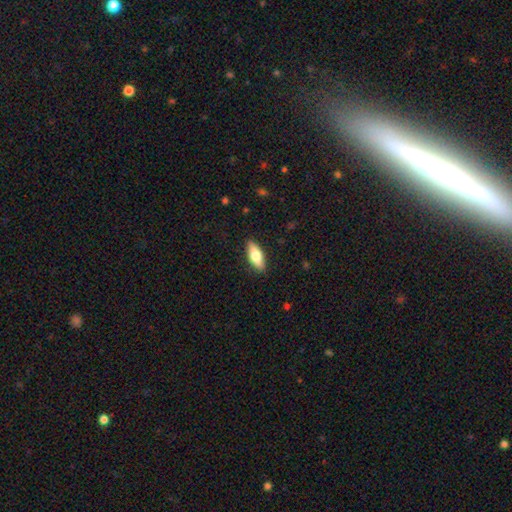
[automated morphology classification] Smooth or featured: smooth — 73% (featured or disk — 21%)
How rounded: in between — 75% (cigar-shaped — 23%)
Merging: none — 88% (minor disturbance — 9%)